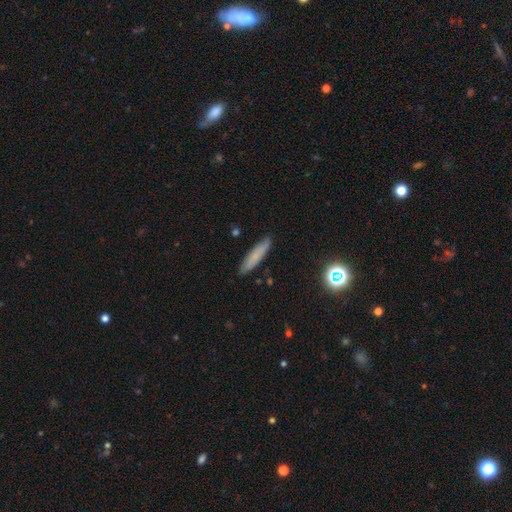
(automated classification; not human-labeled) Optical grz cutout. It shows a smooth galaxy with no disk features (72%) that is cigar-shaped (85%). Merging: none (87%).